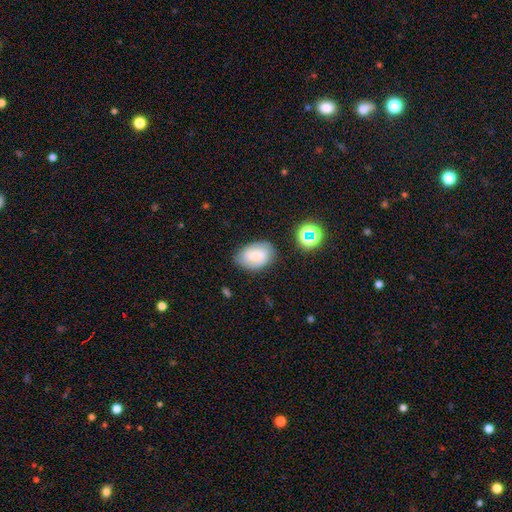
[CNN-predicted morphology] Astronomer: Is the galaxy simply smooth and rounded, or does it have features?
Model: smooth — 57% (runner-up: featured or disk, 33%).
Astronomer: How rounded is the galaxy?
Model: in between — 80%.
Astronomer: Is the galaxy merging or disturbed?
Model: none — 76%.